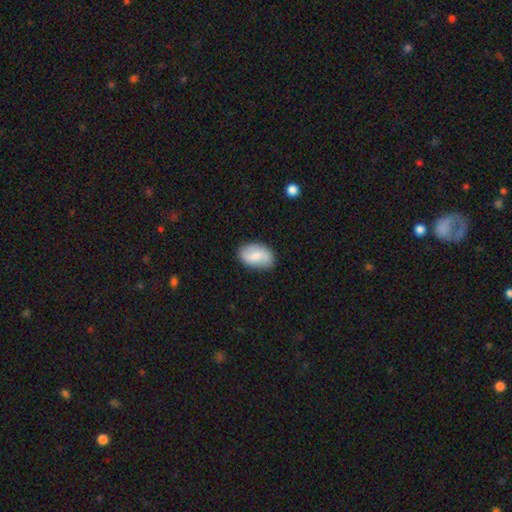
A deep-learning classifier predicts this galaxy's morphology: type=smooth (65%); roundness=in between (89%); merging=none (78%).